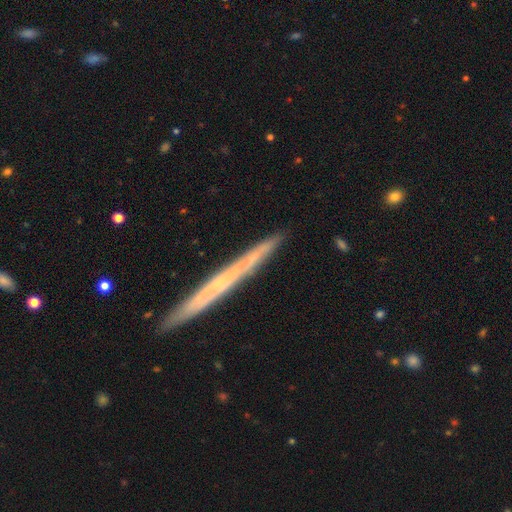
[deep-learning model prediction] A featured or disk galaxy (46%). Merging: none (83%).